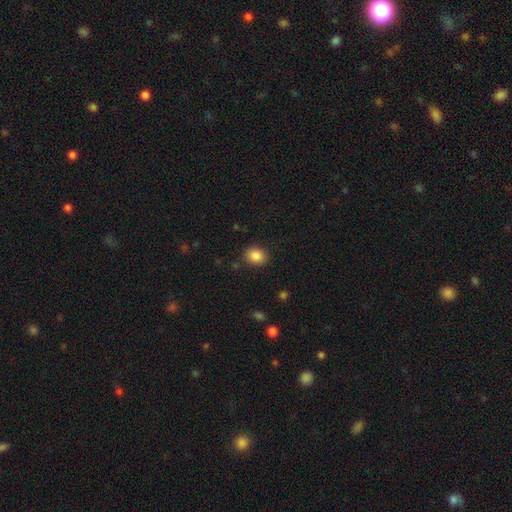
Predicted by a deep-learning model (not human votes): Overall: smooth (86%). How rounded: round (56%; in between 43%). Merging: none (87%).